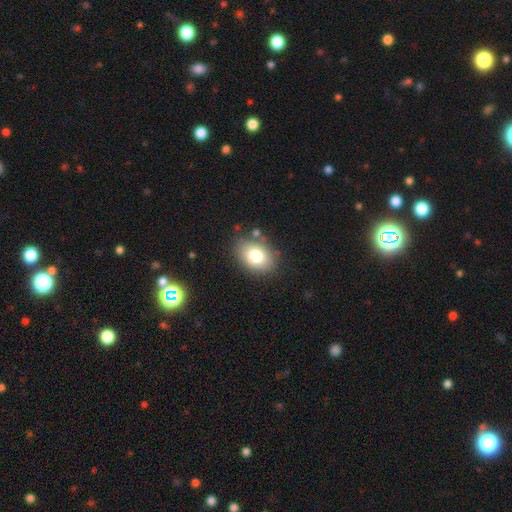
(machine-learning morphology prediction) A smooth galaxy with no disk features (78%) that is in between round and cigar-shaped (74%). Merging: none (79%).